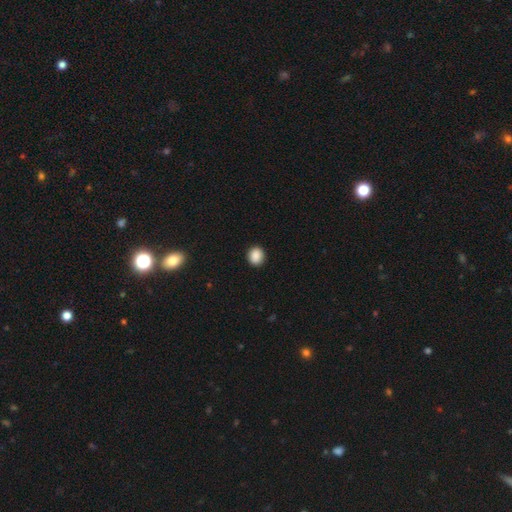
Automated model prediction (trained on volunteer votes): This appears to be a smooth galaxy with no disk features (88%) that is round (78%). Merging: none (90%).